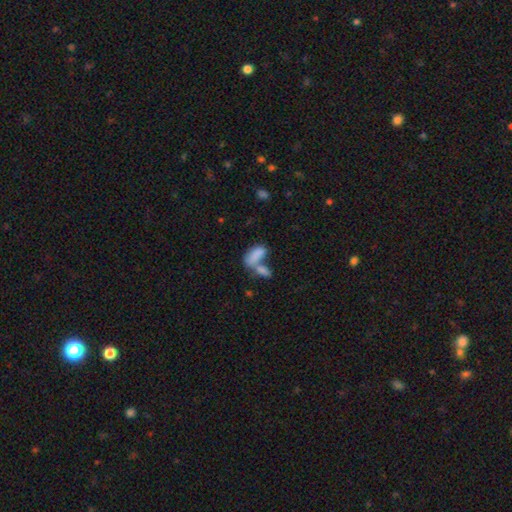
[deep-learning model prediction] This is likely a smooth galaxy (80%). How rounded: clearly in between (86%). Merging: likely merger (61%).